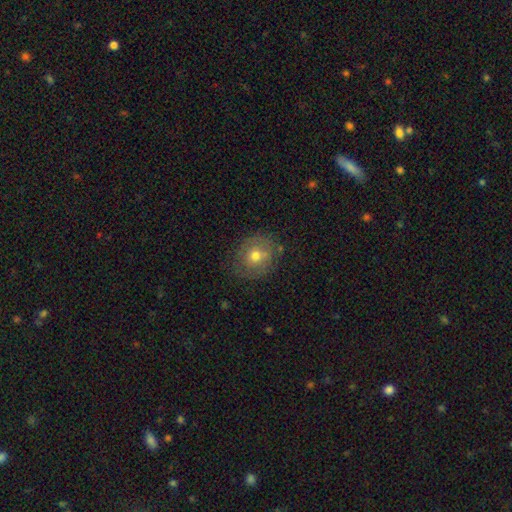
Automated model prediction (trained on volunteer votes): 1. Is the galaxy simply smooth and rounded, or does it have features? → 61% smooth, 31% featured or disk, 9% star or artifact.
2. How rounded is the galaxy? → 73% round, 26% in between, 1% cigar-shaped.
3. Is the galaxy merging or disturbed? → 72% none, 19% minor disturbance, 7% major disturbance, 2% merger.